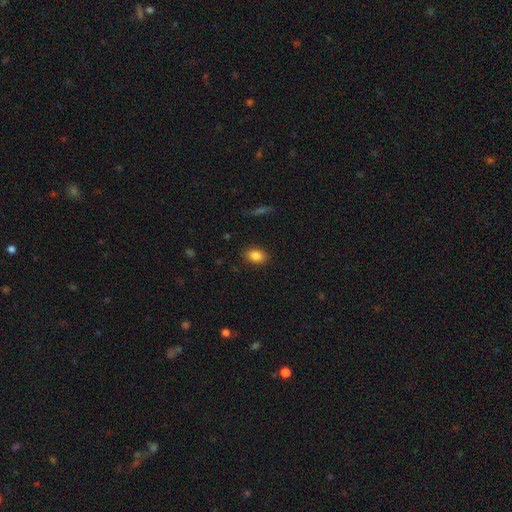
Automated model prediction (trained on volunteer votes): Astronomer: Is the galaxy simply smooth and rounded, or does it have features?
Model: smooth — 85%.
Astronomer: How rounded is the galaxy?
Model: in between — 80%.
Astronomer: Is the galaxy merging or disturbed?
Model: none — 87%.